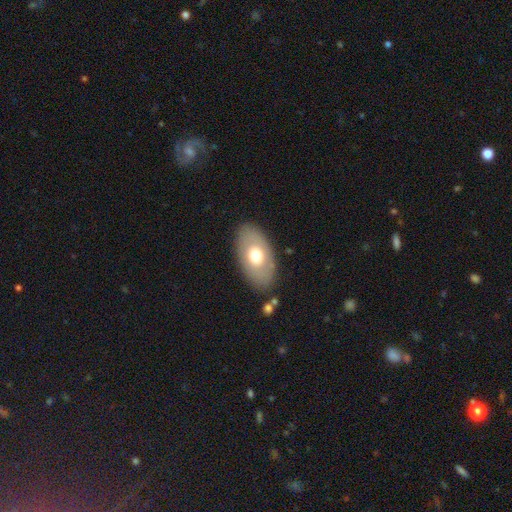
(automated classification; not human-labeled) Smooth or featured?
  - smooth: 61% *
  - featured or disk: 33%
  - star or artifact: 6%
How rounded?
  - in between: 92% *
  - round: 6%
  - cigar-shaped: 2%
Merging?
  - none: 85% *
  - minor disturbance: 10%
  - major disturbance: 3%
  - merger: 2%